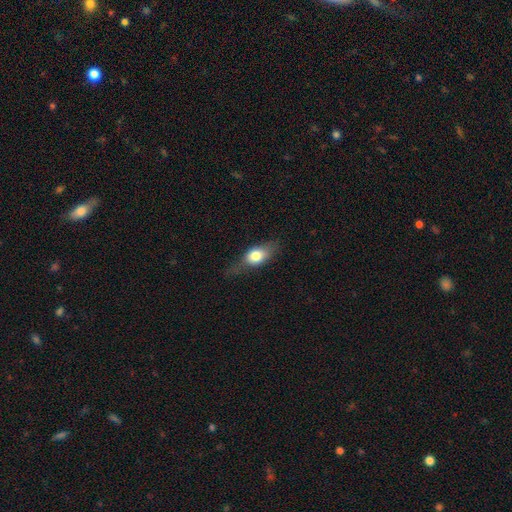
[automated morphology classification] Smooth or featured? smooth (69%)
How rounded? in between (73%)
Merging? none (58%)